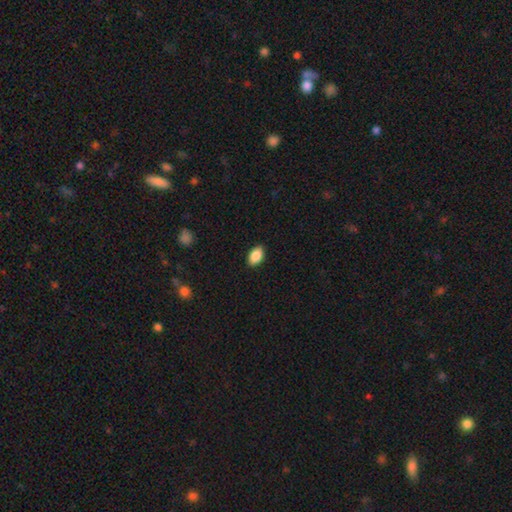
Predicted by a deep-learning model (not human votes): Morphology: type=smooth (88%); roundness=in between (89%); merging=none (89%).